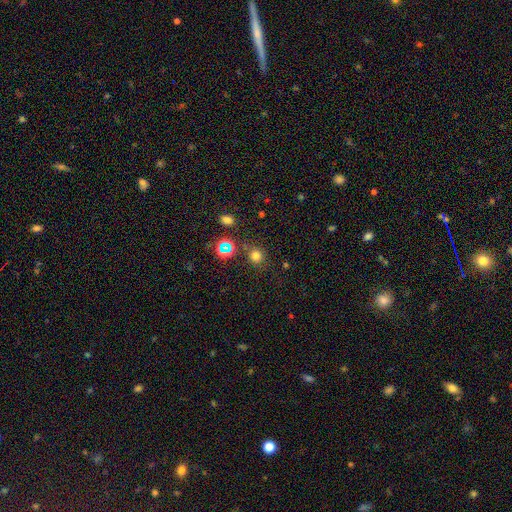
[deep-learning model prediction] This appears to be a smooth galaxy with no disk features (71%) that is round (88%). Merging: none (80%).